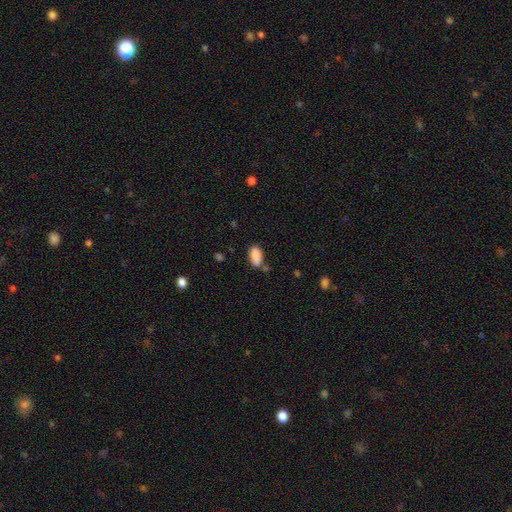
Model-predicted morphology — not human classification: Smooth or featured? Predicted: smooth (p=0.87). How rounded? Predicted: in between (p=0.90). Merging? Predicted: none (p=0.62).